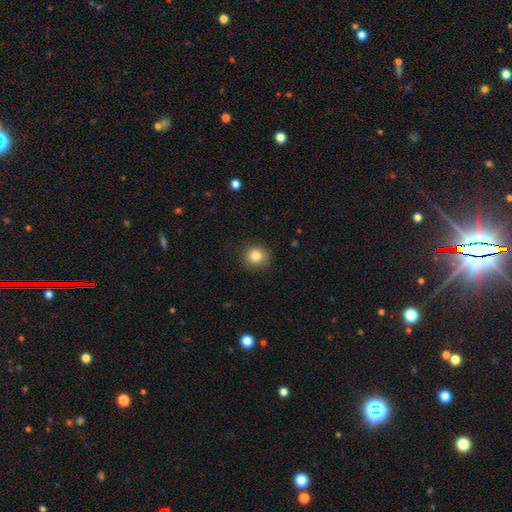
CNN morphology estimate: The model was most divided on "smooth or featured": smooth: 84%, star or artifact: 11%, featured or disk: 6%. More confident: how rounded — round (89%); merging — none (87%).